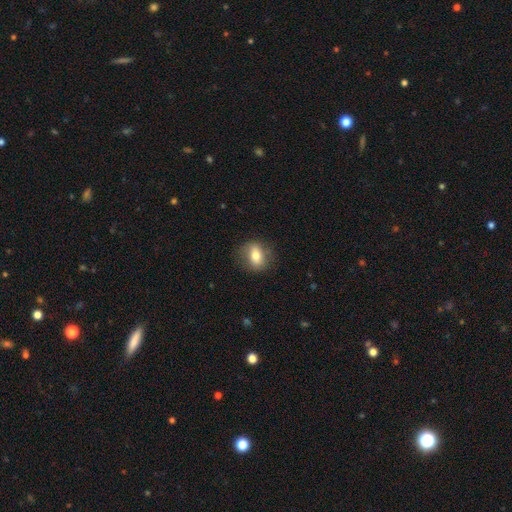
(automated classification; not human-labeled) Smooth or featured? smooth (68%)
How rounded? in between (57%)
Merging? none (80%)